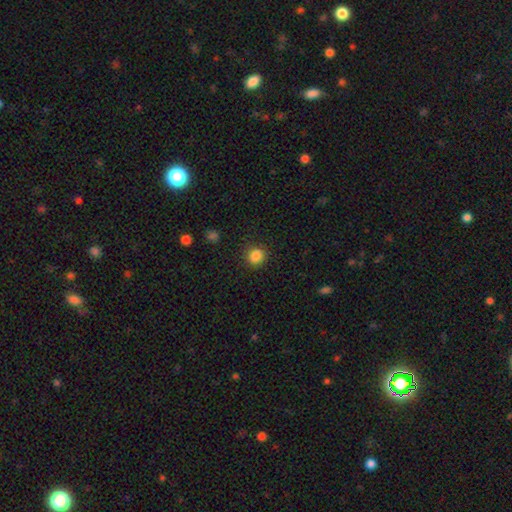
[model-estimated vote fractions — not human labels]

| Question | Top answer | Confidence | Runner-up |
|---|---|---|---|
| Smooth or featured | smooth | 85% | star or artifact (11%) |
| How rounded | round | 85% | in between (14%) |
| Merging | none | 88% | minor disturbance (8%) |